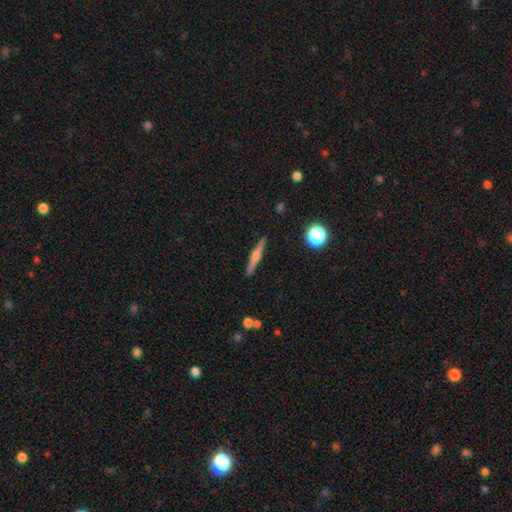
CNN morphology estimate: Overall: featured or disk (66%; smooth 26%). Edge-on disk: yes (98%). Edge-on bulge: rounded (85%). Merging: none (91%).